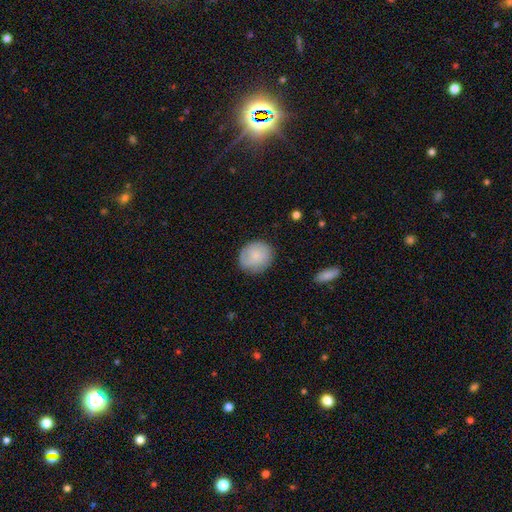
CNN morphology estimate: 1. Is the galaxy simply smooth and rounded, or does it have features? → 78% smooth, 15% featured or disk, 7% star or artifact.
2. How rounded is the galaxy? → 77% round, 23% in between, 1% cigar-shaped.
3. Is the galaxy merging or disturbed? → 80% none, 15% minor disturbance, 4% major disturbance, 1% merger.